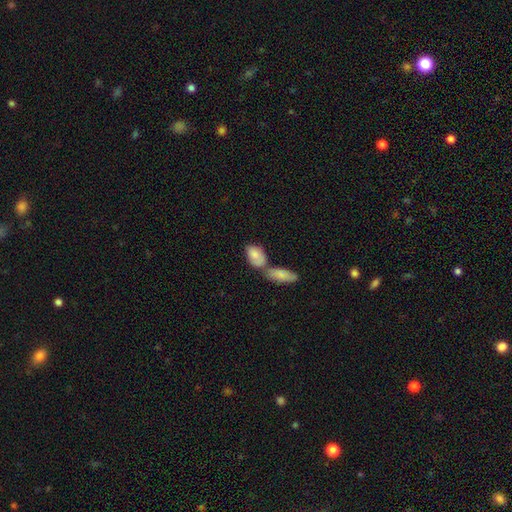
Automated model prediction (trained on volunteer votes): Q: Smooth or featured?
A: smooth (82%); runner-up: featured or disk (12%)
Q: How rounded?
A: in between (89%); runner-up: round (6%)
Q: Merging?
A: merger (46%); runner-up: none (36%)